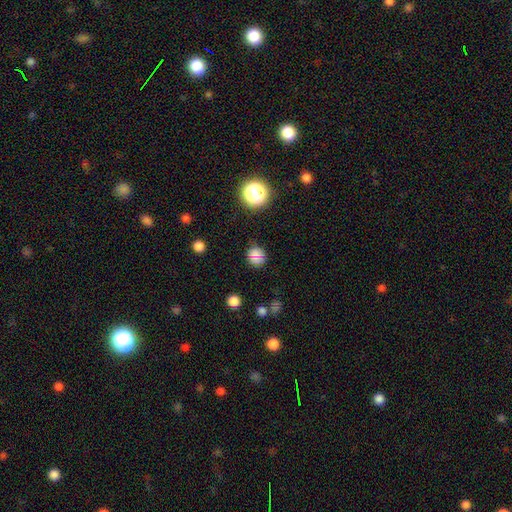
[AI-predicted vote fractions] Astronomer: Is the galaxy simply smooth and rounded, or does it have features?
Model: smooth — 73%.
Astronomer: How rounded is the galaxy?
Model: round — 82%.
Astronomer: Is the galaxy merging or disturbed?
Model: none — 73%.